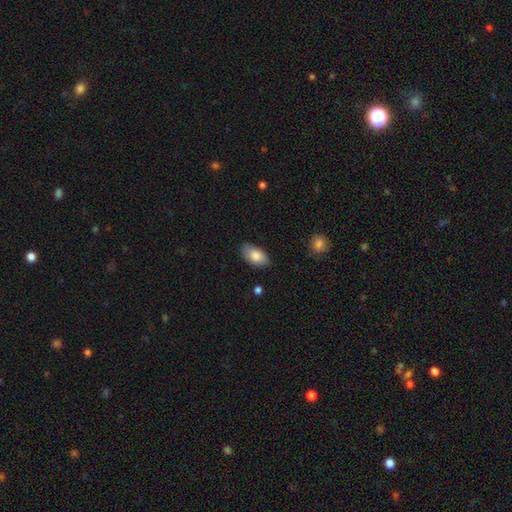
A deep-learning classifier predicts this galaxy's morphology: Overall: smooth (84%). How rounded: in between (94%). Merging: none (79%).